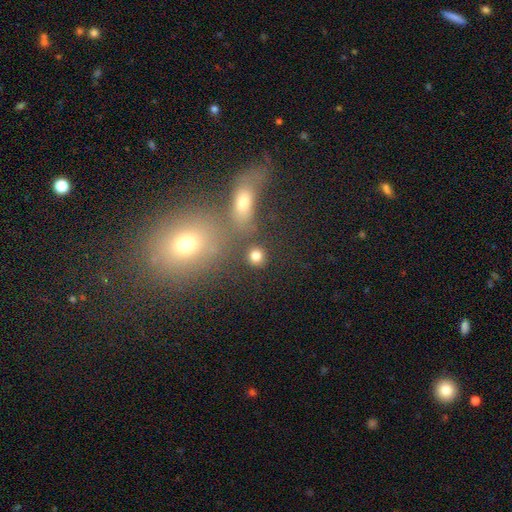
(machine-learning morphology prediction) Smooth or featured? Predicted: smooth (p=0.81). How rounded? Predicted: round (p=0.87). Merging? Predicted: none (p=0.82).